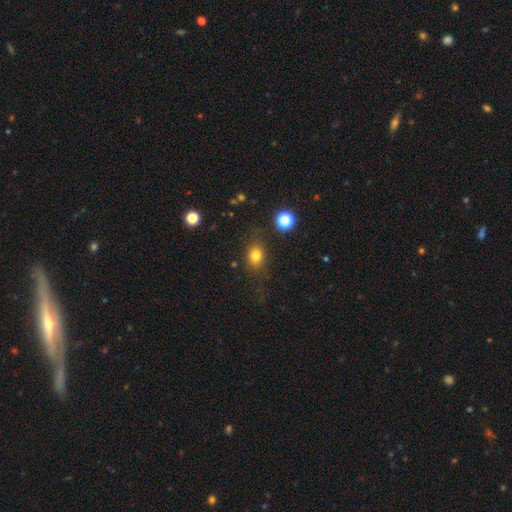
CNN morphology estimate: type=smooth (78%); roundness=in between (51%); merging=none (77%).